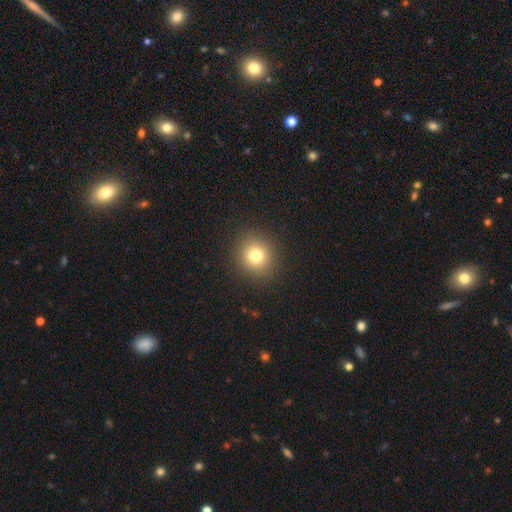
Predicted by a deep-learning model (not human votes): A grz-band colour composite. It shows a smooth galaxy with no disk features (77%) that is round (89%). Merging: none (91%).